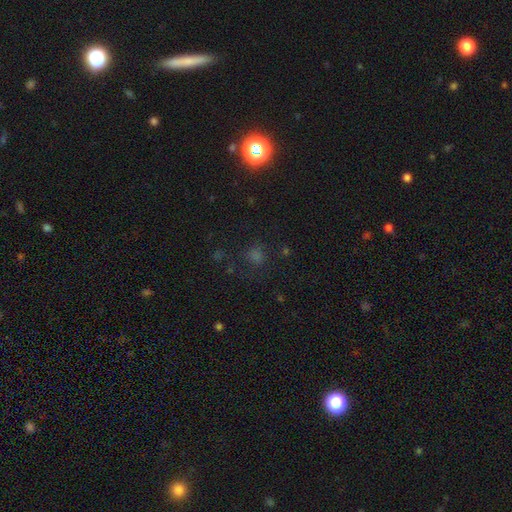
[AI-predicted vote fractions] Smooth or featured? smooth (48%)
Merging? none (81%)